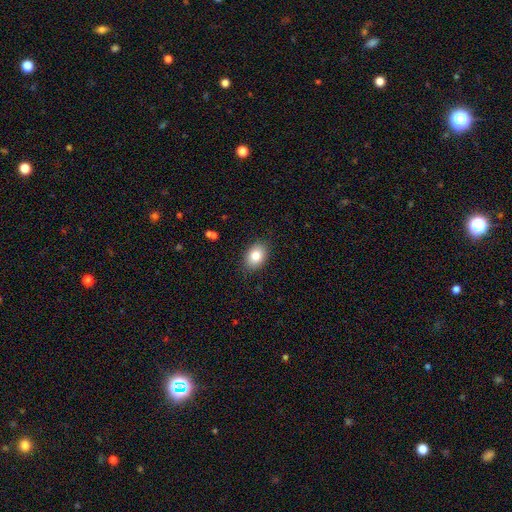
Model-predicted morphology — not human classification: The model was most divided on "how rounded": in between: 79%, round: 20%, cigar-shaped: 1%. More confident: merging — none (86%); smooth or featured — smooth (83%).